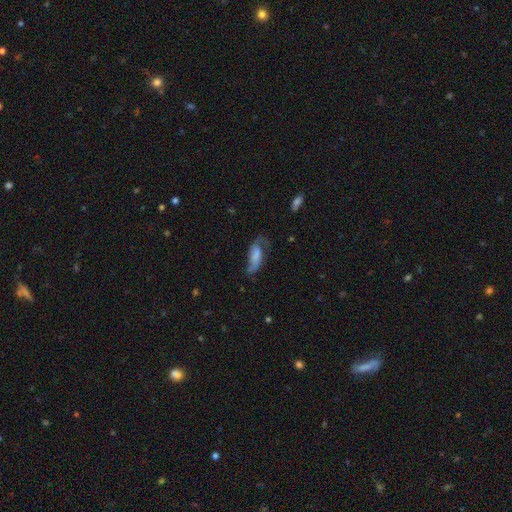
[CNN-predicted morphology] The model was most divided on "smooth or featured": featured or disk: 51%, smooth: 41%, star or artifact: 9%. Remaining: edge-on disk — no (89%); merging — none (44%).